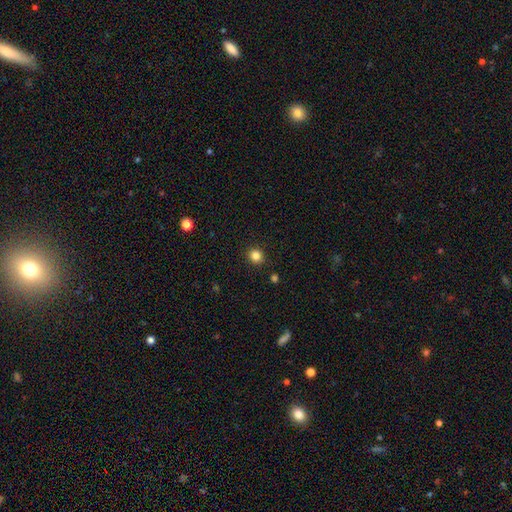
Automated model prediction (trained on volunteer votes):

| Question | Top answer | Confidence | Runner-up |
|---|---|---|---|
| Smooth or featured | smooth | 84% | star or artifact (12%) |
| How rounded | round | 87% | in between (12%) |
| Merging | none | 91% | minor disturbance (6%) |